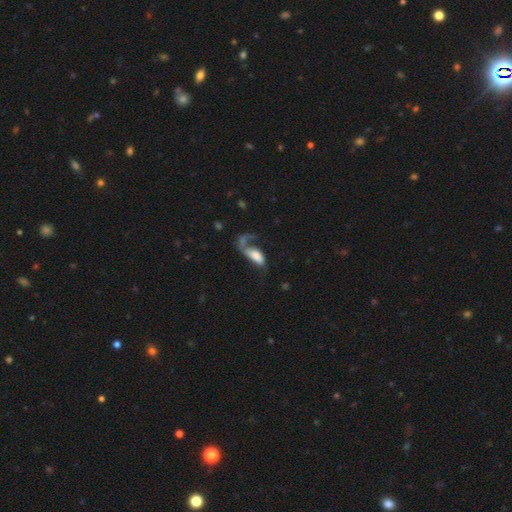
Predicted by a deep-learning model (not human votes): Morphology: type=smooth (53%); roundness=in between (82%); merging=major disturbance (47%).